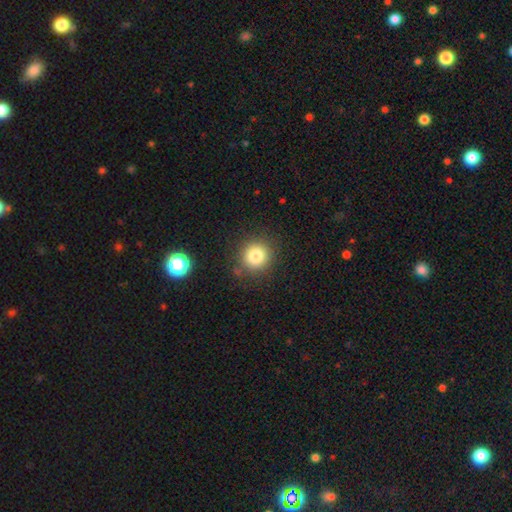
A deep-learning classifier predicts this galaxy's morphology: smooth_or_featured: smooth (p=0.81) [alt: star or artifact p=0.13]
how_rounded: round (p=0.92) [alt: in between p=0.08]
merging: none (p=0.86) [alt: minor disturbance p=0.09]